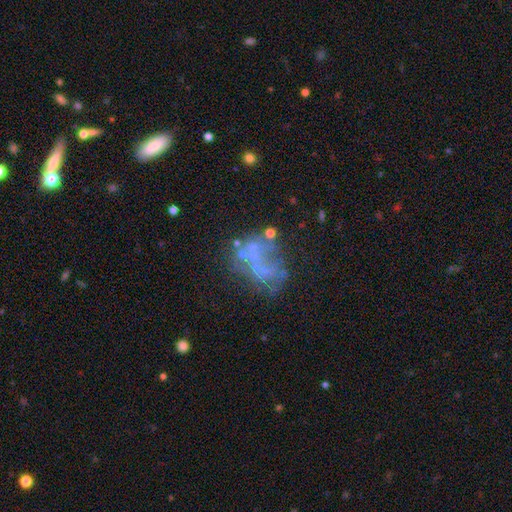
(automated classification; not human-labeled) Smooth or featured? Predicted: featured or disk (p=0.54). Edge-on disk? Predicted: no (p=0.97). Bar? Predicted: no (p=0.90). Spiral arms? Predicted: no (p=0.90). Bulge size? Predicted: none (p=0.82). Merging? Predicted: none (p=0.42).